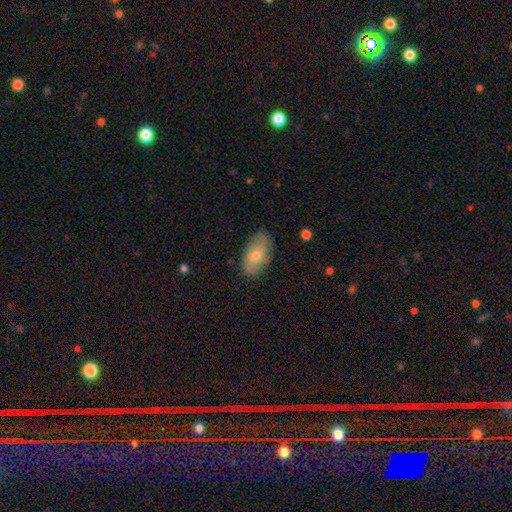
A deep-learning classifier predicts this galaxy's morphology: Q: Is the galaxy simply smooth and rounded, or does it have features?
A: smooth — 62%.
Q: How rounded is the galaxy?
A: in between — 92%.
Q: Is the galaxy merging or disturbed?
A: none — 82%.